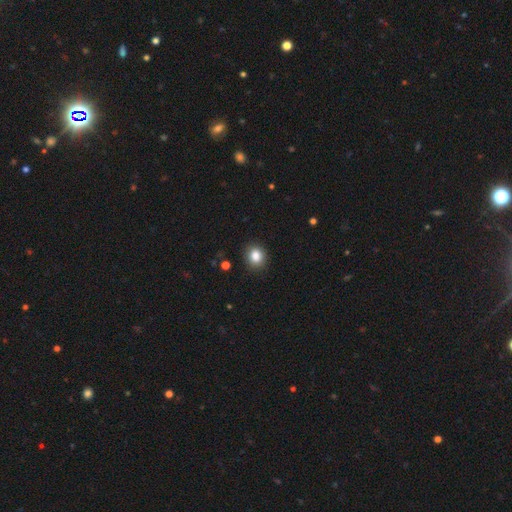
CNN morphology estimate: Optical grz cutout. It shows a smooth galaxy with no disk features (84%) that is round (70%). Merging: none (90%).